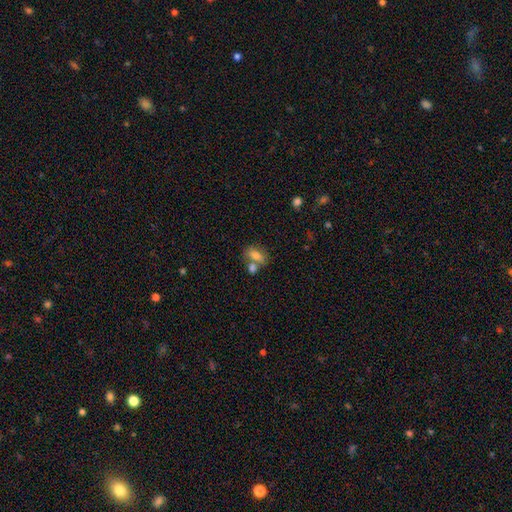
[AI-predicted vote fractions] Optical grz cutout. It shows a smooth galaxy with no disk features (76%) that is in between round and cigar-shaped (82%). Merging: none (46%).